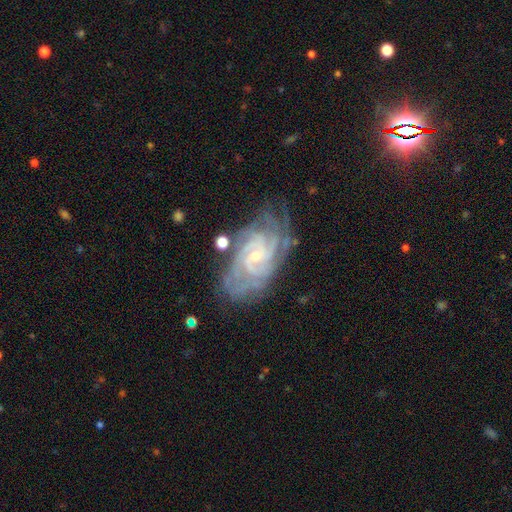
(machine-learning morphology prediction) smooth_or_featured: featured or disk (p=0.89) [alt: star or artifact p=0.06]
disk_edge_on: no (p=0.97) [alt: yes p=0.03]
bar: no (p=0.55) [alt: weak p=0.35]
has_spiral_arms: yes (p=0.98) [alt: no p=0.02]
spiral_winding: tight (p=0.72) [alt: medium p=0.24]
spiral_arm_count: 4 (p=0.26) [alt: can't tell p=0.21]
bulge_size: small (p=0.77) [alt: moderate p=0.19]
merging: none (p=0.70) [alt: minor disturbance p=0.20]